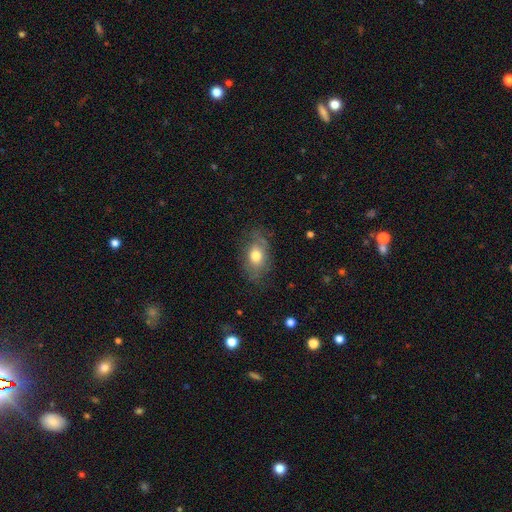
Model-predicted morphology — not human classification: Smooth or featured? smooth (65%)
How rounded? in between (83%)
Merging? none (66%)